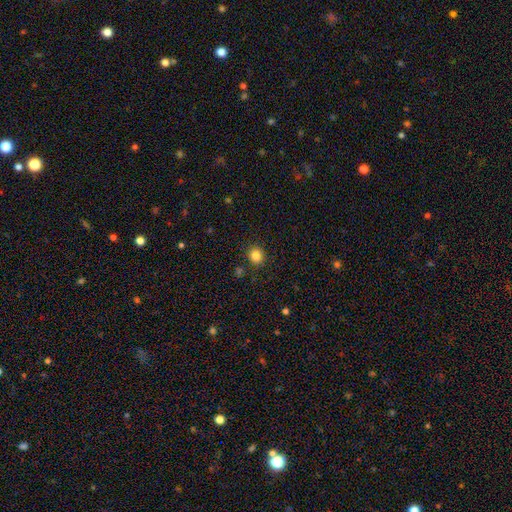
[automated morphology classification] Q: Smooth or featured?
A: smooth (84%); runner-up: star or artifact (12%)
Q: How rounded?
A: round (85%); runner-up: in between (14%)
Q: Merging?
A: none (89%); runner-up: minor disturbance (7%)